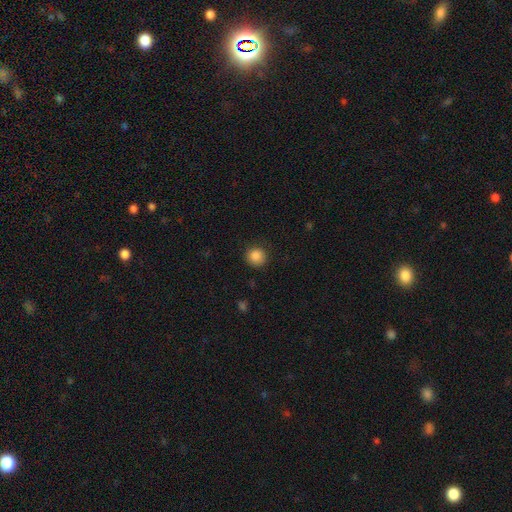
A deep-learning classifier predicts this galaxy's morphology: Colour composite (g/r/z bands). It shows a smooth galaxy with no disk features (86%) that is round (92%). Merging: none (87%).